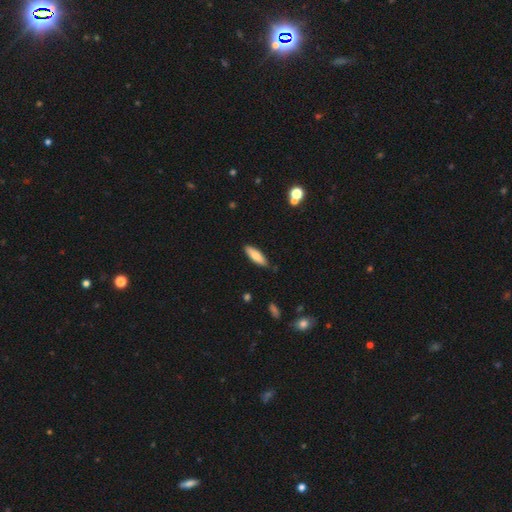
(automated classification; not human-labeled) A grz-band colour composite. It shows a smooth galaxy with no disk features (76%) that is cigar-shaped (50%). Merging: none (86%).